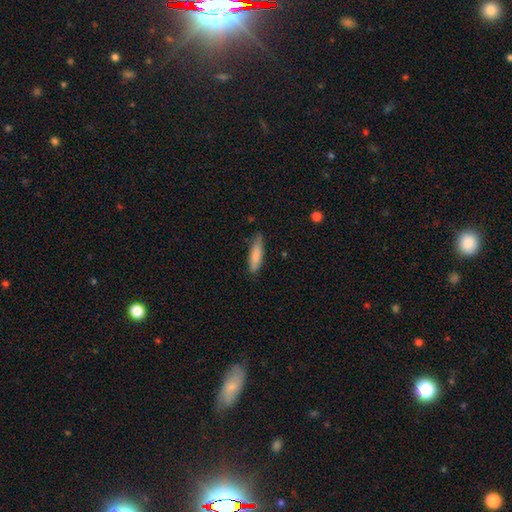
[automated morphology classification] Smooth or featured? Predicted: smooth (p=0.84). How rounded? Predicted: cigar-shaped (p=0.69). Merging? Predicted: none (p=0.76).